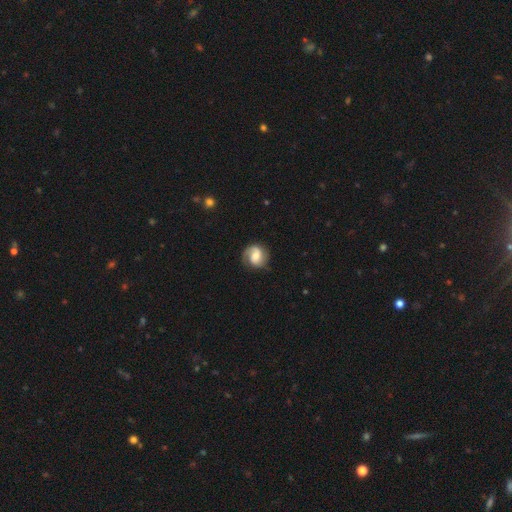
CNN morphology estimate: Overall: featured or disk (67%). Edge-on disk: no (98%). Bar: weak (46%; no 42%). Spiral arms: yes (93%). Spiral arm count: 2 (64%; 1 28%). Spiral winding: medium (42%; tight 33%). Bulge size: moderate (52%; small 24%). Merging: none (75%).